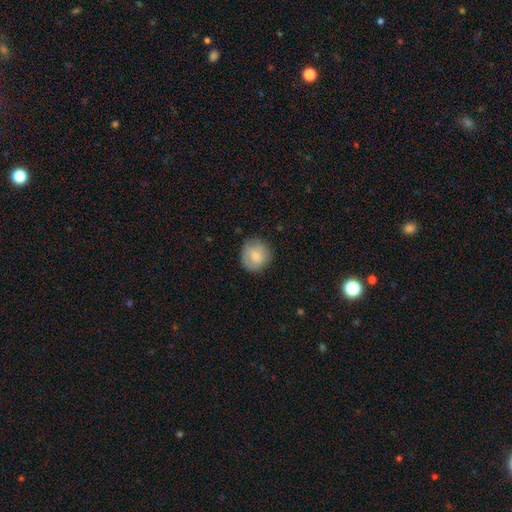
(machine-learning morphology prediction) Smooth or featured: smooth — 76% (featured or disk — 17%)
How rounded: round — 88% (in between — 11%)
Merging: none — 75% (minor disturbance — 19%)